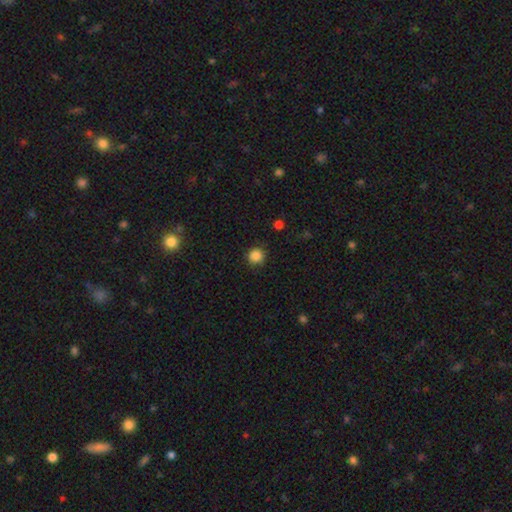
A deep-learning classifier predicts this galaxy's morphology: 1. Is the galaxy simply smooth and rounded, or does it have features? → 85% smooth, 12% star or artifact, 3% featured or disk.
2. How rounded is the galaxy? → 94% round, 5% in between, 1% cigar-shaped.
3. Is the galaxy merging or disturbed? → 89% none, 8% minor disturbance, 2% major disturbance, 1% merger.